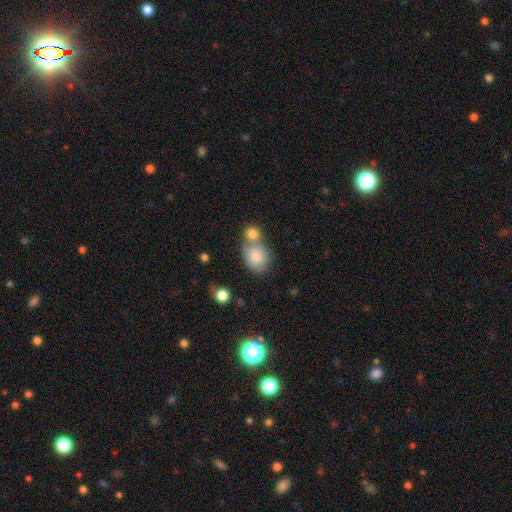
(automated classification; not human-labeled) Overall: smooth (83%). How rounded: round (56%; in between 43%). Merging: merger (51%; none 34%).